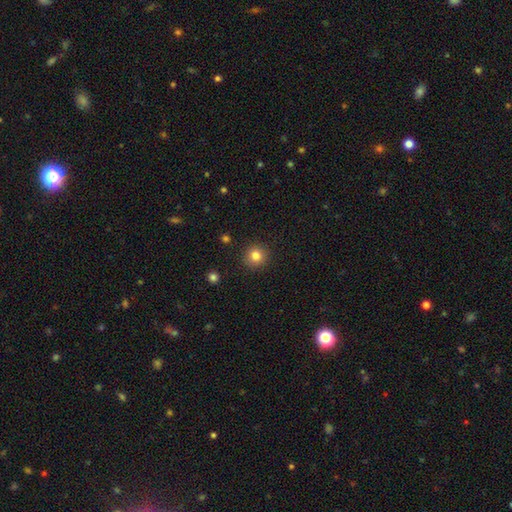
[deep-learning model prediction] Smooth or featured?
  - smooth: 82% *
  - star or artifact: 12%
  - featured or disk: 6%
How rounded?
  - round: 93% *
  - in between: 6%
  - cigar-shaped: 1%
Merging?
  - none: 91% *
  - minor disturbance: 6%
  - major disturbance: 2%
  - merger: 1%